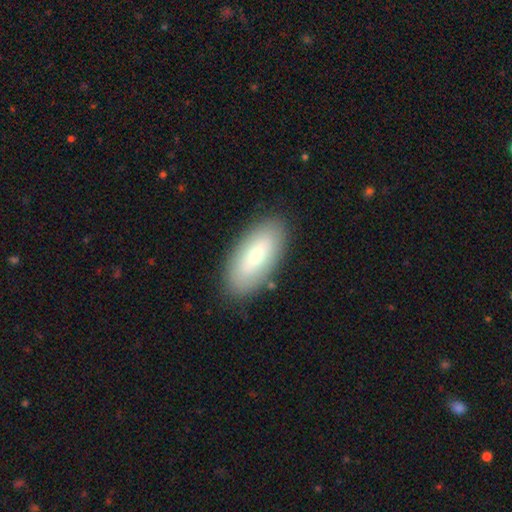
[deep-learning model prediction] This is likely a smooth galaxy (64%). How rounded: clearly in between (90%). Merging: clearly none (86%).